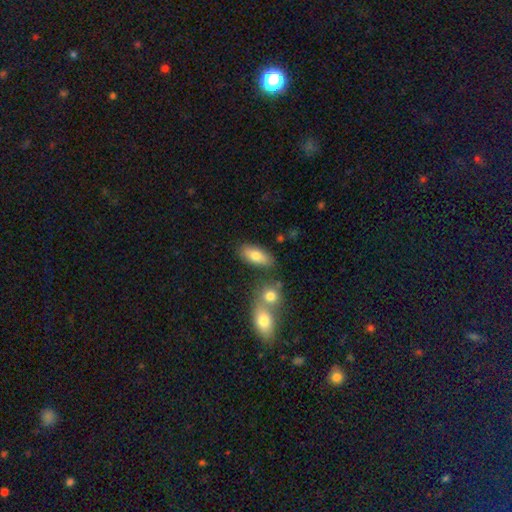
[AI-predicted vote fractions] This is likely a smooth galaxy (76%). How rounded: clearly in between (83%). Merging: likely none (70%).